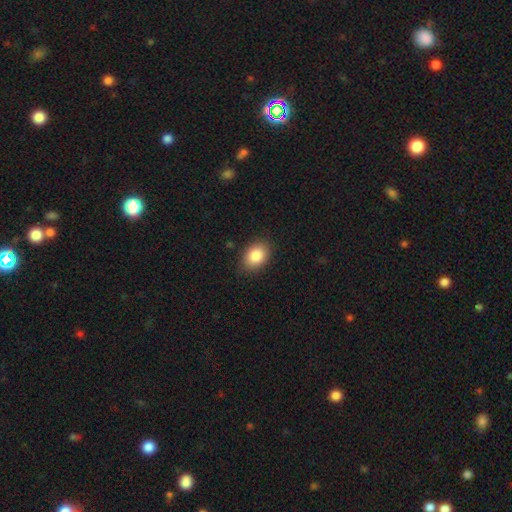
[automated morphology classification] The model was most divided on "how rounded": in between: 76%, round: 23%, cigar-shaped: 1%. More confident: smooth or featured — smooth (86%); merging — none (85%).